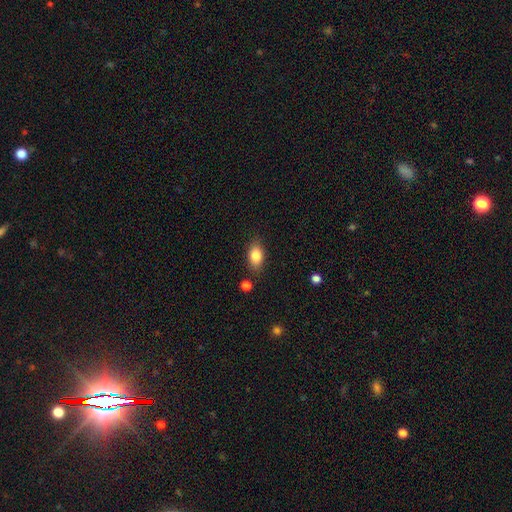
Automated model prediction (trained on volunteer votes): This is clearly a smooth galaxy (84%). How rounded: clearly in between (86%). Merging: clearly none (81%).